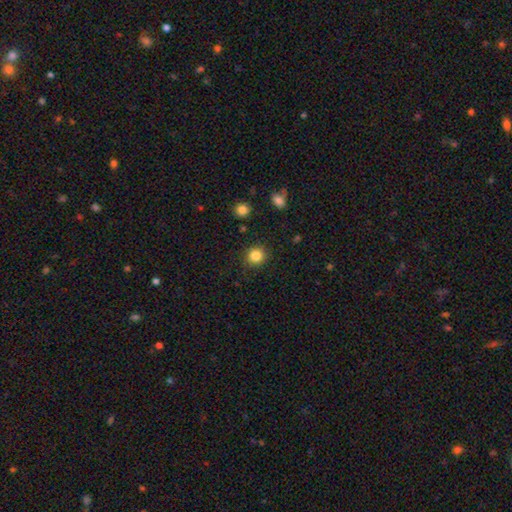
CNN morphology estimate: The model was most divided on "smooth or featured": smooth: 84%, star or artifact: 11%, featured or disk: 5%. More confident: how rounded — round (90%); merging — none (89%).